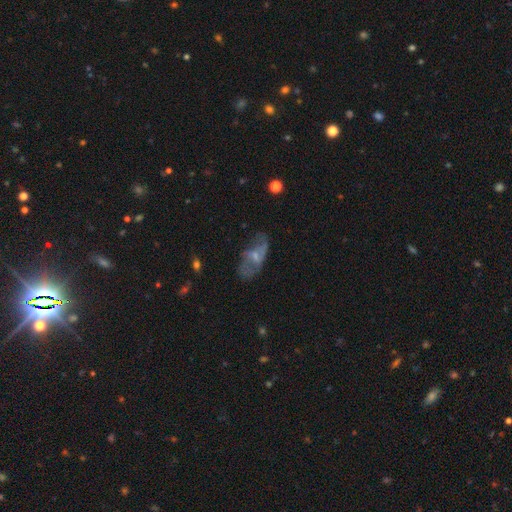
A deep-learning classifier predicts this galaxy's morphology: Q: Smooth or featured?
A: featured or disk (63%); runner-up: smooth (28%)
Q: Edge-on disk?
A: no (93%); runner-up: yes (7%)
Q: Bar?
A: weak (47%); runner-up: no (42%)
Q: Spiral arms?
A: yes (69%); runner-up: no (31%)
Q: Bulge size?
A: small (51%); runner-up: moderate (29%)
Q: Merging?
A: none (47%); runner-up: minor disturbance (25%)